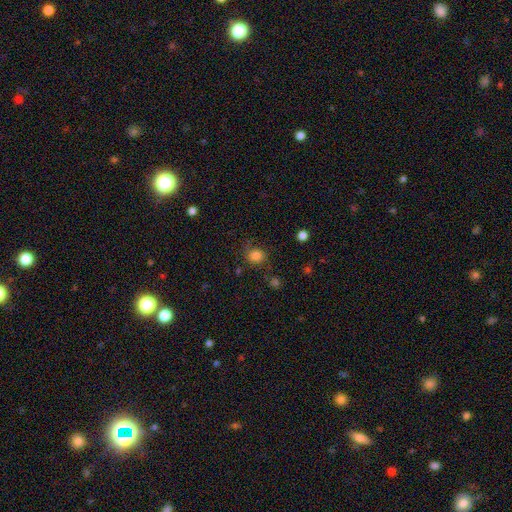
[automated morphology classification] Smooth or featured?
  - smooth: 82% *
  - star or artifact: 12%
  - featured or disk: 5%
How rounded?
  - round: 79% *
  - in between: 21%
  - cigar-shaped: 1%
Merging?
  - none: 74% *
  - minor disturbance: 16%
  - major disturbance: 6%
  - merger: 3%